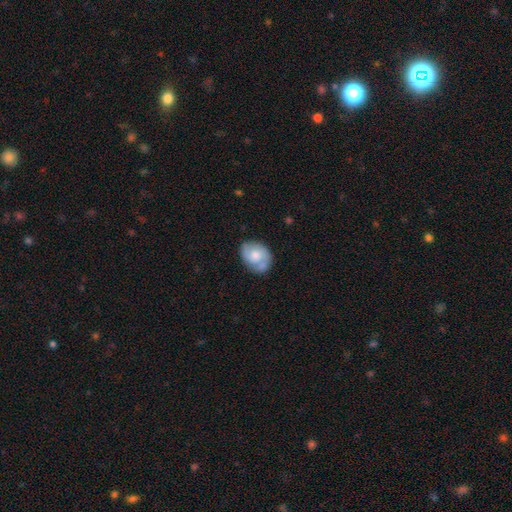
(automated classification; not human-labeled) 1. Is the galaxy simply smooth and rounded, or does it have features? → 54% smooth, 39% featured or disk, 7% star or artifact.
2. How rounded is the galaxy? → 62% in between, 37% round, 1% cigar-shaped.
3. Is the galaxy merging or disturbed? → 54% none, 25% minor disturbance, 14% merger, 7% major disturbance.